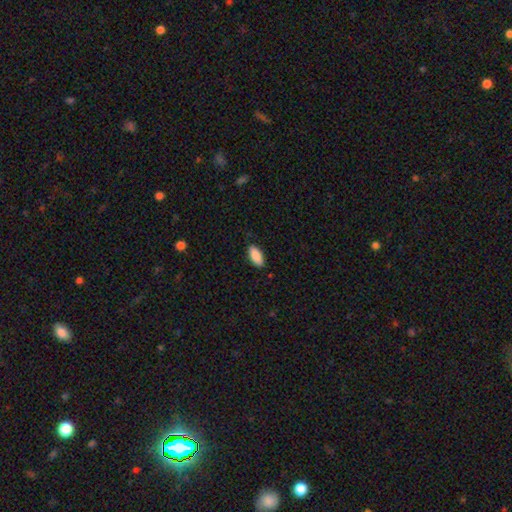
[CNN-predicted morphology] type=smooth (88%); roundness=in between (89%); merging=none (86%).